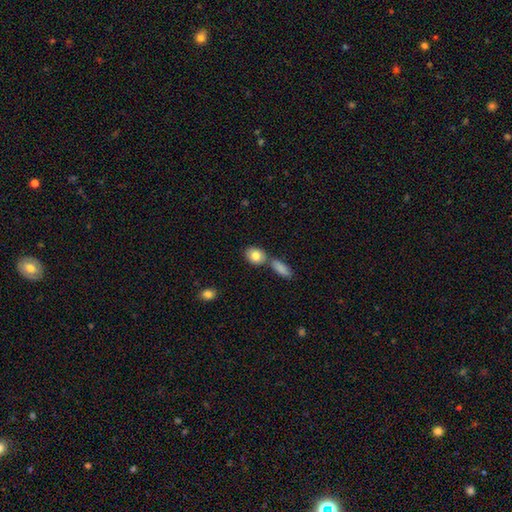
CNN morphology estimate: A smooth galaxy with no disk features (82%) that is in between round and cigar-shaped (57%).

Vote fractions:
- Smooth or featured? smooth: 82% / featured or disk: 11% / star or artifact: 7%
- How rounded? in between: 57% / round: 40% / cigar-shaped: 3%
- Merging? none: 61% / merger: 24% / minor disturbance: 12% / major disturbance: 3%